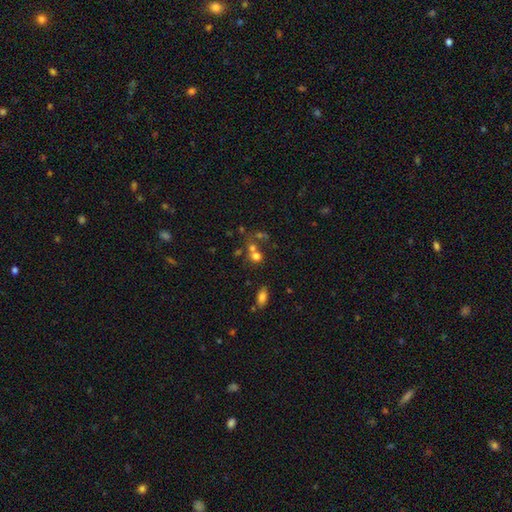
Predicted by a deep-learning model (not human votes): A smooth galaxy with no disk features (65%) that is round (74%). Merging: merger (42%, tied with none).